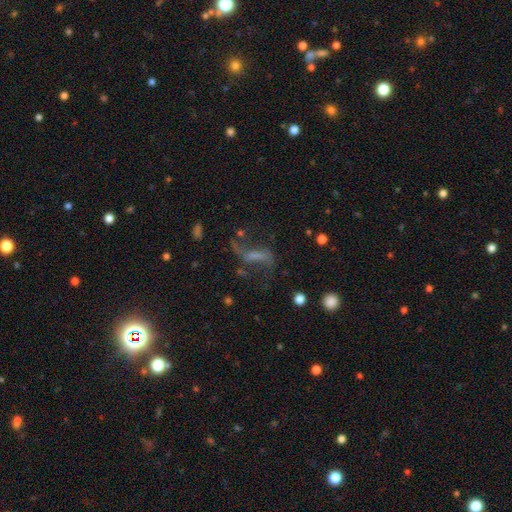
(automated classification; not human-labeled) Smooth or featured? featured or disk (65%)
Edge-on disk? no (91%)
Bar? strong (39%)
Spiral arms? yes (82%)
Bulge size? none (53%)
Merging? none (51%)